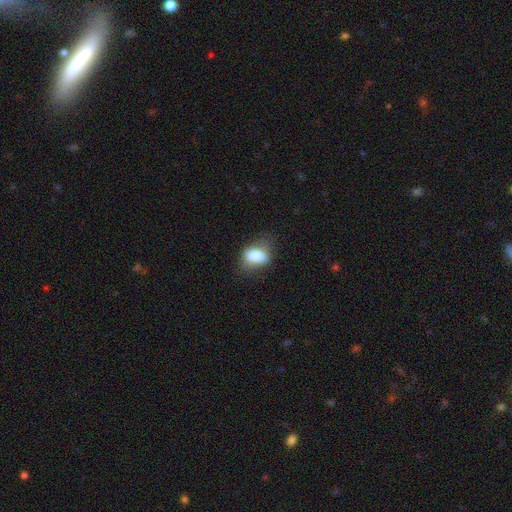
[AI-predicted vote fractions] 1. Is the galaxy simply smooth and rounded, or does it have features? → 79% smooth, 12% featured or disk, 9% star or artifact.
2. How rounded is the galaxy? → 81% in between, 14% round, 5% cigar-shaped.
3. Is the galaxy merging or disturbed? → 62% none, 25% minor disturbance, 11% major disturbance, 2% merger.